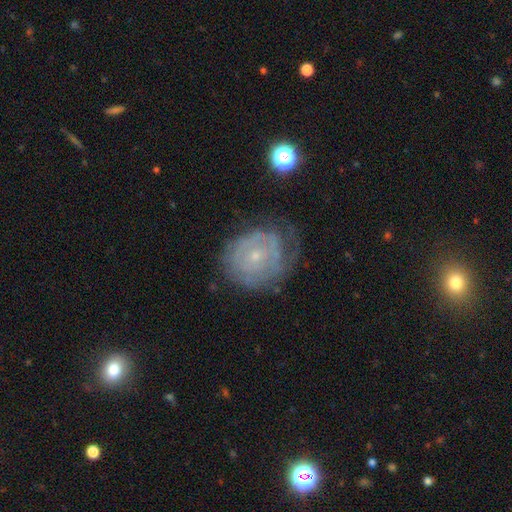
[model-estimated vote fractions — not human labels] Overall: featured or disk (71%). Edge-on disk: no (97%). Bar: no (78%). Spiral arms: yes (80%). Spiral arm count: can't tell (58%). Spiral winding: tight (74%). Bulge size: small (78%). Merging: none (55%; minor disturbance 27%).